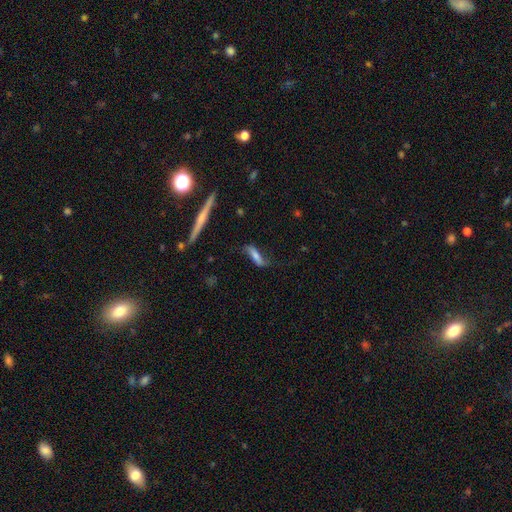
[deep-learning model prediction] The model was most divided on "smooth or featured": featured or disk: 49%, smooth: 43%, star or artifact: 8%. More confident: merging — none (60%).